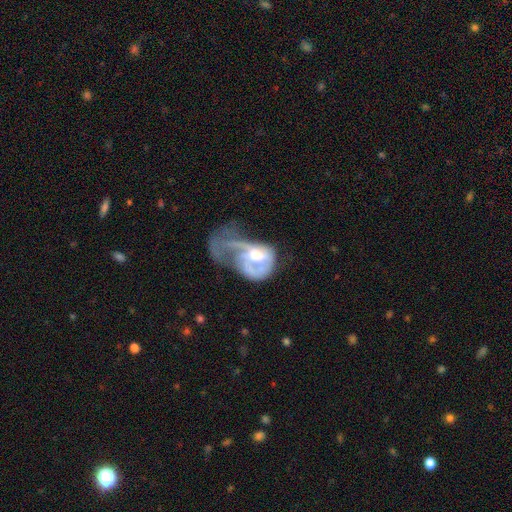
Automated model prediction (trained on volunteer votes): featured or disk 72%, smooth 22%, star or artifact 7%. Down the decision tree: edge-on disk — no (97%); bar — no (67%); spiral arms — yes (69%); bulge size — moderate (62%); merging — major disturbance (63%).